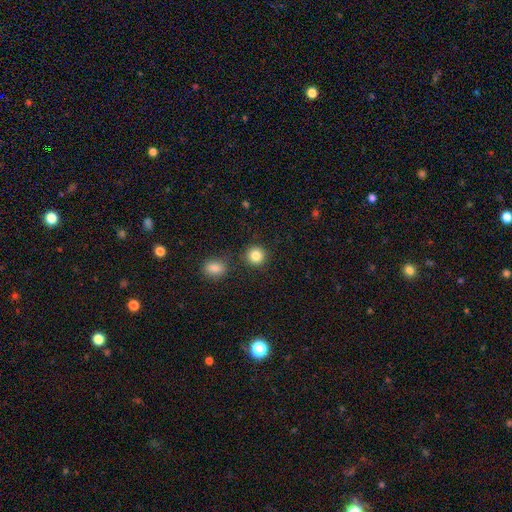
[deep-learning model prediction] Smooth or featured? Predicted: smooth (p=0.85). How rounded? Predicted: round (p=0.92). Merging? Predicted: none (p=0.83).